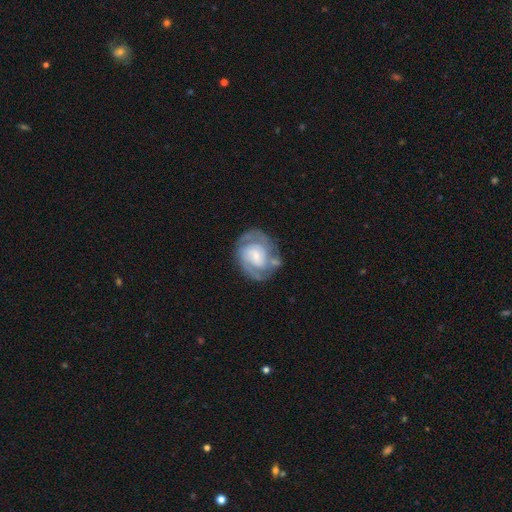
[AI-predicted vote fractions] A featured or disk galaxy (80%) with no bar (57%), 2 (47%) tight (55%) spiral arms (91%) and a small central bulge (66%).

Vote fractions:
- Smooth or featured? featured or disk: 80% / smooth: 15% / star or artifact: 5%
- Edge-on disk? no: 98% / yes: 2%
- Bar? no: 57% / weak: 35% / strong: 8%
- Spiral arms? yes: 91% / no: 9%
- Spiral winding? tight: 55% / medium: 36% / loose: 9%
- Spiral arm count? 2: 47% / can't tell: 24% / 3: 17% / 1: 5% / 4: 4% / more than 4: 3%
- Bulge size? small: 66% / moderate: 24% / large: 5% / none: 4% / dominant: 1%
- Merging? none: 66% / minor disturbance: 19% / major disturbance: 10% / merger: 5%